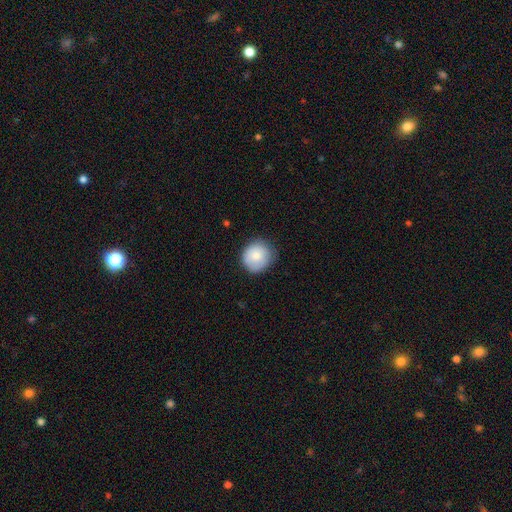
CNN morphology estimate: A smooth galaxy with no disk features (80%) that is round (86%).

Vote fractions:
- Smooth or featured? smooth: 80% / featured or disk: 12% / star or artifact: 7%
- How rounded? round: 86% / in between: 13% / cigar-shaped: 1%
- Merging? none: 74% / minor disturbance: 21% / major disturbance: 4% / merger: 1%